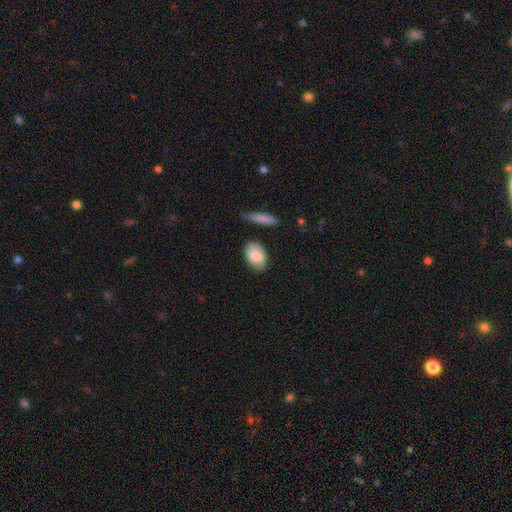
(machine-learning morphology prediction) Smooth or featured: smooth — 85% (featured or disk — 9%)
How rounded: in between — 88% (round — 10%)
Merging: none — 78% (minor disturbance — 16%)